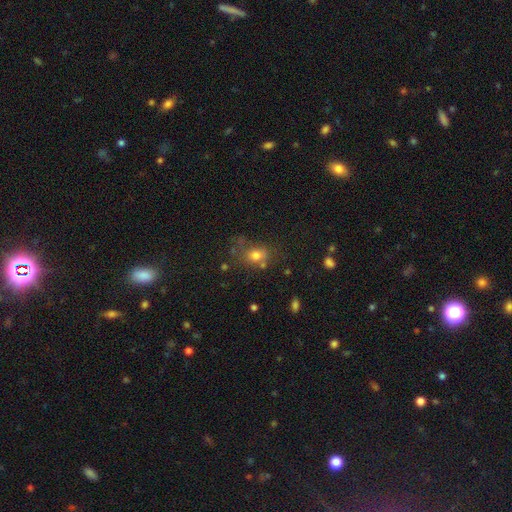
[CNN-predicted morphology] A smooth galaxy with no disk features (72%) that is in between round and cigar-shaped (52%).

Vote fractions:
- Smooth or featured? smooth: 72% / star or artifact: 15% / featured or disk: 14%
- How rounded? in between: 52% / round: 46% / cigar-shaped: 1%
- Merging? none: 52% / minor disturbance: 22% / major disturbance: 14% / merger: 13%